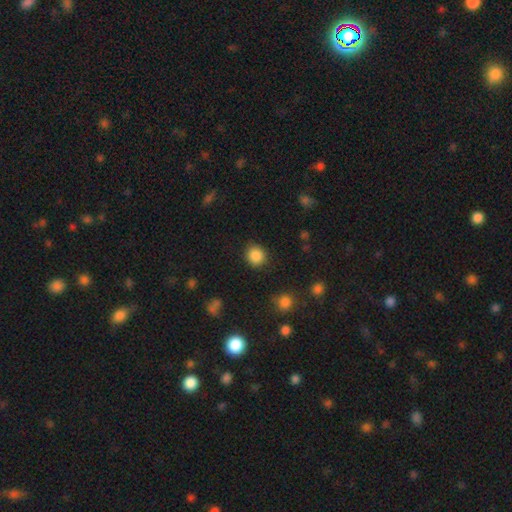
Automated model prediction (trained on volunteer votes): The model was most divided on "how rounded": round: 86%, in between: 13%, cigar-shaped: 1%. More confident: merging — none (88%); smooth or featured — smooth (87%).